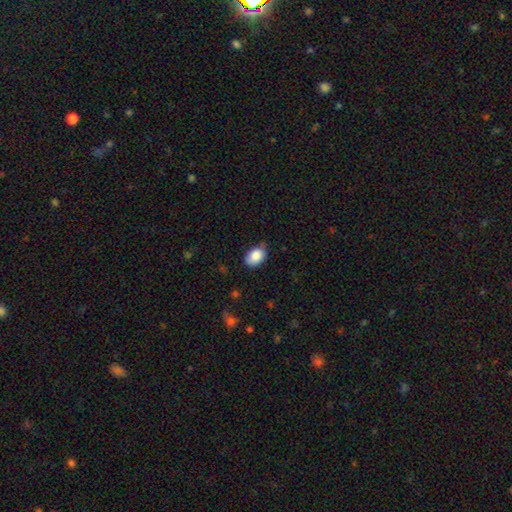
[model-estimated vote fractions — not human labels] smooth 87%, star or artifact 8%, featured or disk 6%. Down the decision tree: how rounded — in between (81%); merging — none (66%).